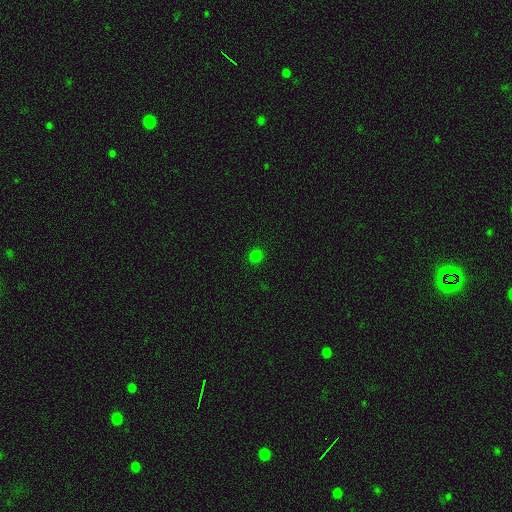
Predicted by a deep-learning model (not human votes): smooth 79%, star or artifact 17%, featured or disk 3%. Down the decision tree: how rounded — round (91%); merging — none (92%).